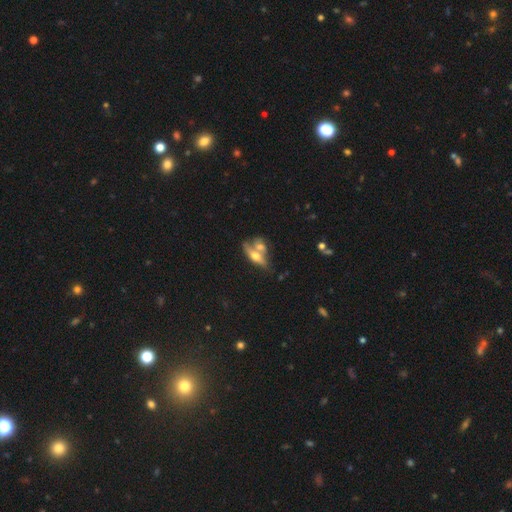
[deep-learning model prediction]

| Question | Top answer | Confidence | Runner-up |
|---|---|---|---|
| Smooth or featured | featured or disk | 52% | smooth (41%) |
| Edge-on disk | yes | 74% | no (26%) |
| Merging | merger | 50% | none (34%) |